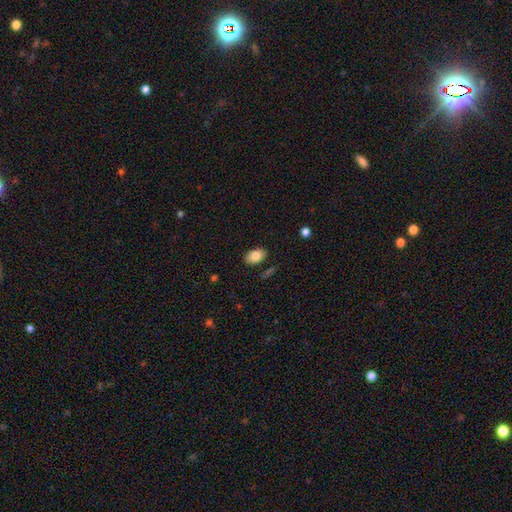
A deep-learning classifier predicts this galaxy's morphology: type=smooth (83%); roundness=in between (90%); merging=none (84%).